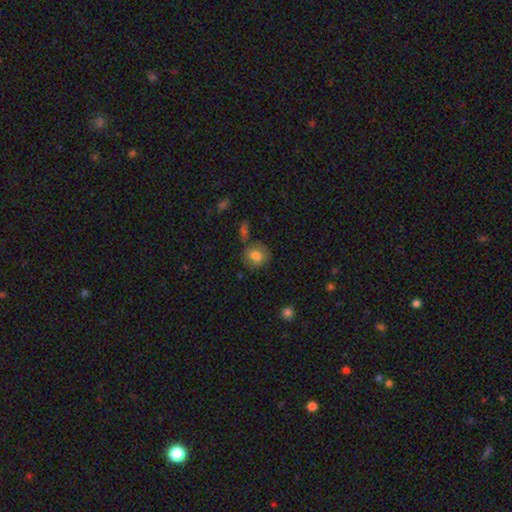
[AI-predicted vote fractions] smooth_or_featured: smooth (p=0.78) [alt: featured or disk p=0.13]
how_rounded: round (p=0.73) [alt: in between p=0.26]
merging: none (p=0.71) [alt: minor disturbance p=0.17]